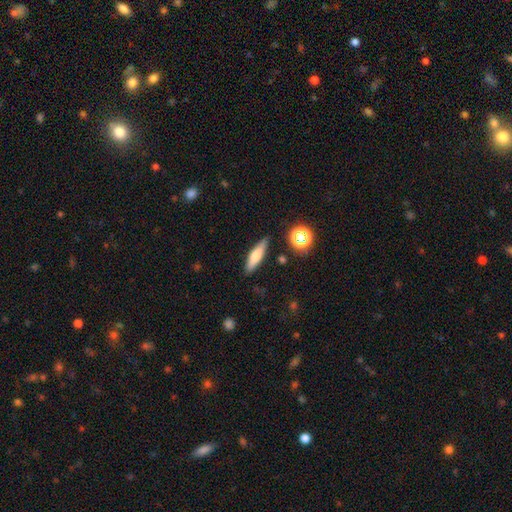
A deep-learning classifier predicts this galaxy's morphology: Overall: smooth (61%; featured or disk 31%). How rounded: cigar-shaped (69%). Merging: none (84%).